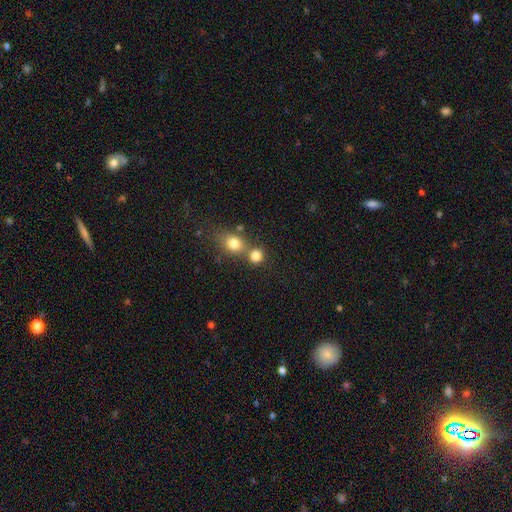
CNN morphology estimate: Q: Smooth or featured?
A: smooth (80%); runner-up: star or artifact (12%)
Q: How rounded?
A: round (83%); runner-up: in between (16%)
Q: Merging?
A: none (50%); runner-up: merger (39%)